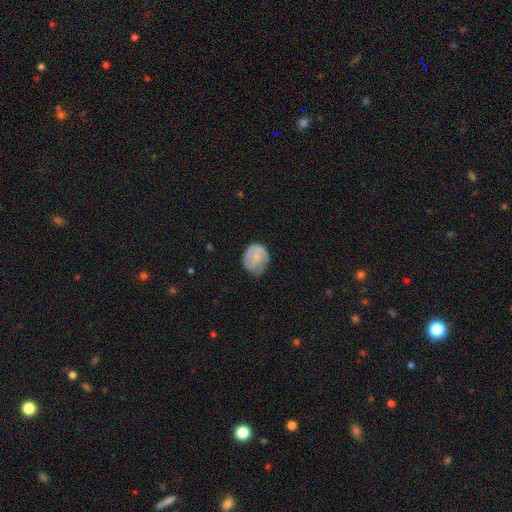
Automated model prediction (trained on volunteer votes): A smooth galaxy with no disk features (57%) that is round (76%). Merging: none (58%).